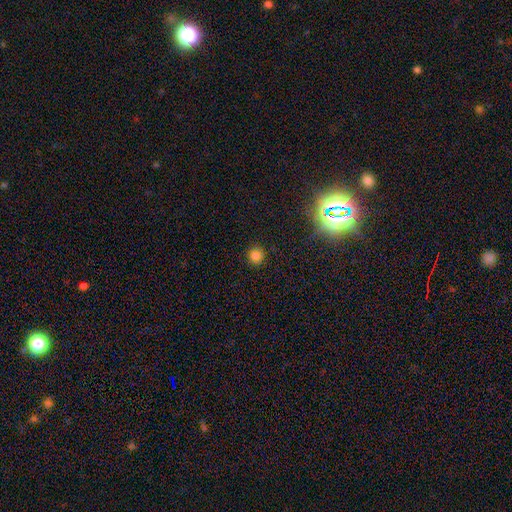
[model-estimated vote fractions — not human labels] smooth-or-featured: smooth: 80% | star or artifact: 16% | featured or disk: 5%
  how-rounded: round: 92% | in between: 7% | cigar-shaped: 1%
  merging: none: 90% | minor disturbance: 7% | major disturbance: 2% | merger: 1%